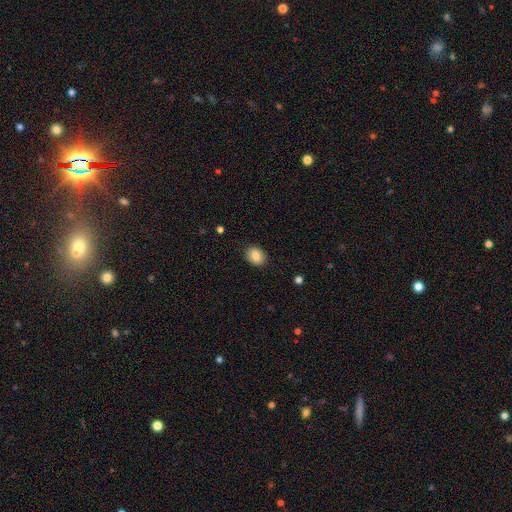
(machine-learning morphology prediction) smooth-or-featured: smooth: 85% | star or artifact: 8% | featured or disk: 7%
  how-rounded: in between: 54% | round: 45% | cigar-shaped: 1%
  merging: none: 88% | minor disturbance: 9% | major disturbance: 2% | merger: 1%